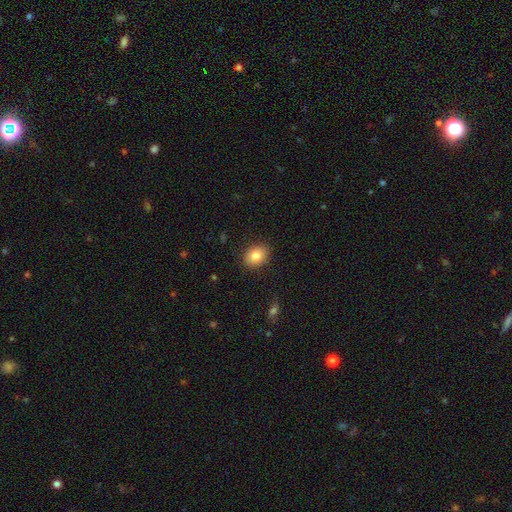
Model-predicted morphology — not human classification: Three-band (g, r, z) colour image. It shows a smooth galaxy with no disk features (84%) that is in between round and cigar-shaped (69%). Merging: none (88%).